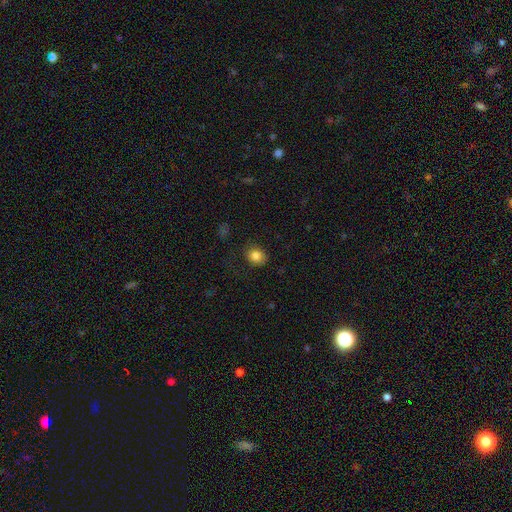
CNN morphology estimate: A smooth galaxy with no disk features (83%) that is round (63%). Merging: none (81%).